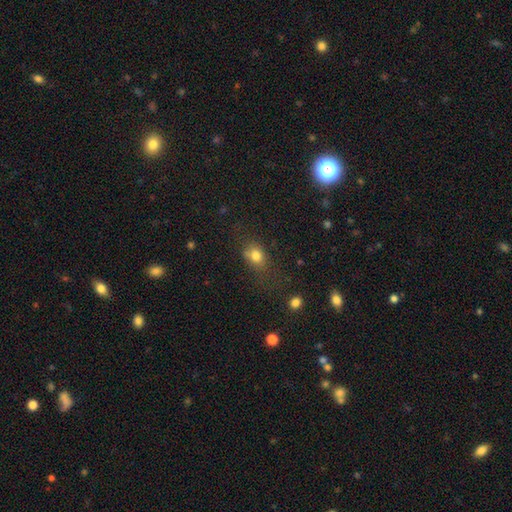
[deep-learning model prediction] smooth-or-featured: smooth: 78% | star or artifact: 12% | featured or disk: 10%
  how-rounded: in between: 61% | round: 37% | cigar-shaped: 2%
  merging: none: 60% | minor disturbance: 23% | major disturbance: 12% | merger: 5%